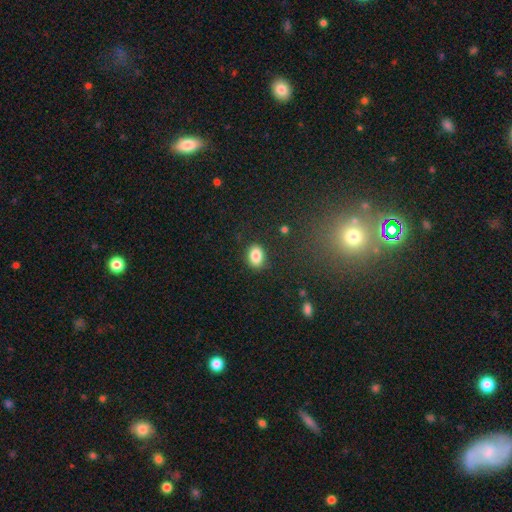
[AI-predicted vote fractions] This is clearly a smooth galaxy (86%). How rounded: likely in between (73%). Merging: clearly none (85%).